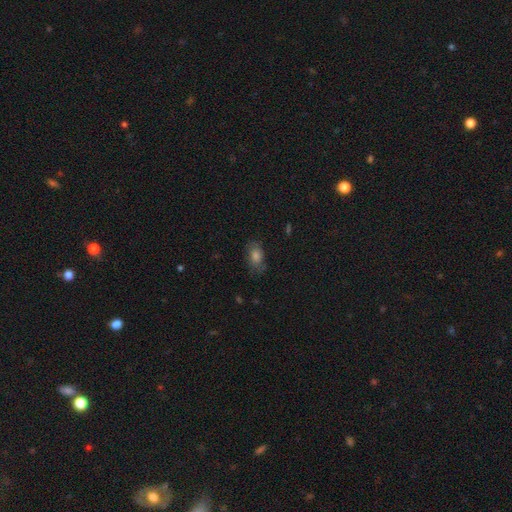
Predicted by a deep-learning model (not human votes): This is likely a smooth galaxy (66%). How rounded: clearly in between (84%). Merging: likely none (76%).